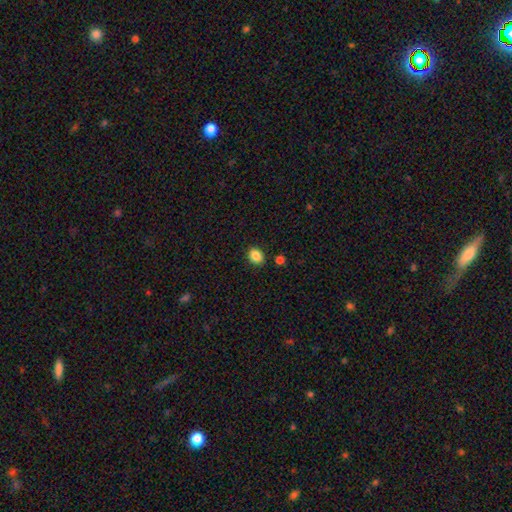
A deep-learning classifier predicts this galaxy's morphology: smooth_or_featured: smooth (p=0.87) [alt: star or artifact p=0.10]
how_rounded: round (p=0.55) [alt: in between p=0.44]
merging: none (p=0.86) [alt: minor disturbance p=0.08]